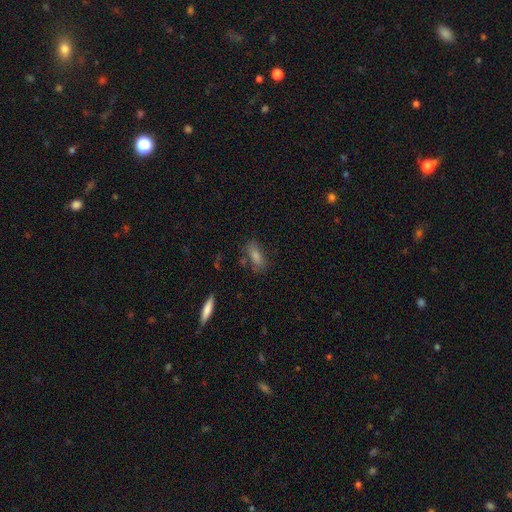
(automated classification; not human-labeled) Smooth or featured: smooth — 69% (featured or disk — 16%)
How rounded: in between — 66% (cigar-shaped — 29%)
Merging: none — 75% (minor disturbance — 16%)